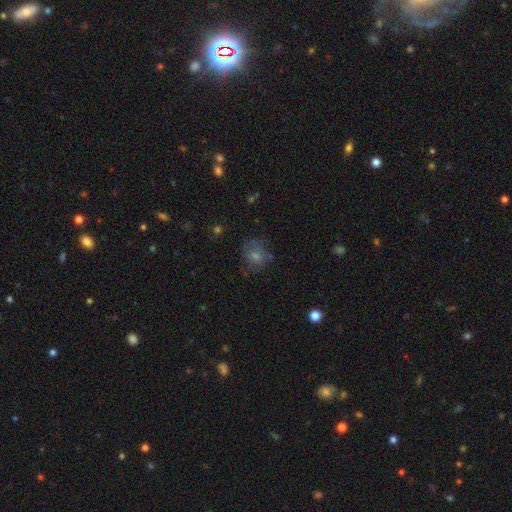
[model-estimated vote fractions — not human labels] Overall: smooth (42%; featured or disk 34%). Merging: none (70%).